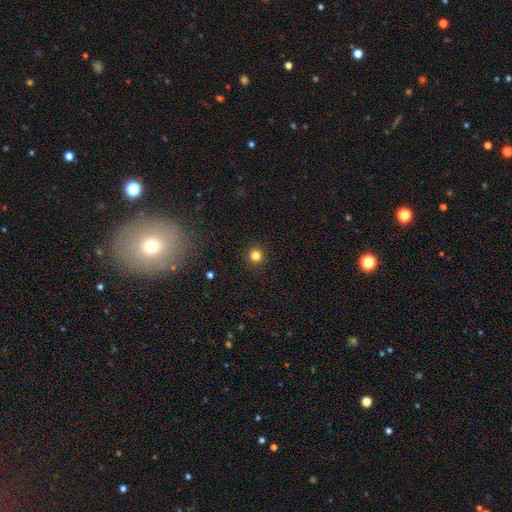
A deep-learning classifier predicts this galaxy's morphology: type=smooth (82%); roundness=round (95%); merging=none (93%).